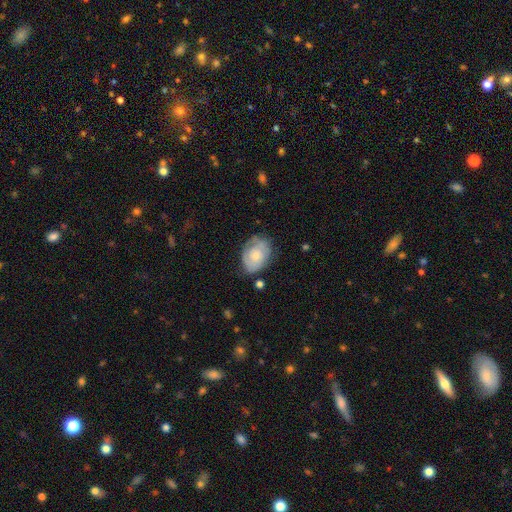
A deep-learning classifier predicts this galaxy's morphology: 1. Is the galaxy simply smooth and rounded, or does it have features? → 50% smooth, 44% featured or disk, 6% star or artifact.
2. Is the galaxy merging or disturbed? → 62% none, 26% minor disturbance, 9% major disturbance, 3% merger.